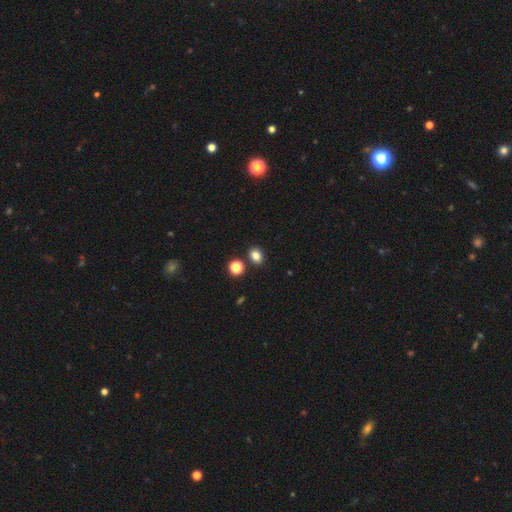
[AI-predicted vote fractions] smooth_or_featured: smooth (p=0.82) [alt: star or artifact p=0.13]
how_rounded: in between (p=0.54) [alt: round p=0.45]
merging: none (p=0.82) [alt: minor disturbance p=0.08]